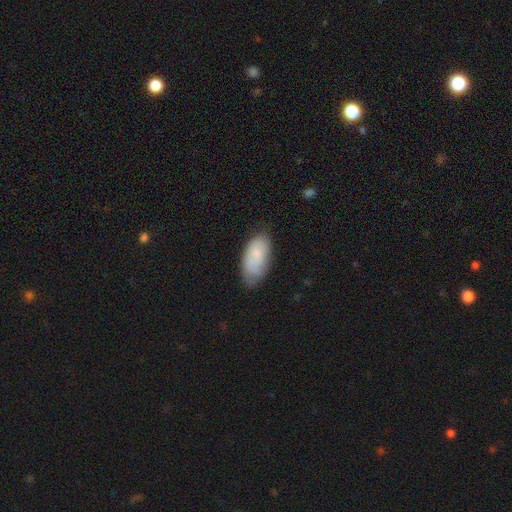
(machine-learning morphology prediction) smooth 71%, featured or disk 22%, star or artifact 7%. Down the decision tree: how rounded — in between (93%); merging — none (60%).